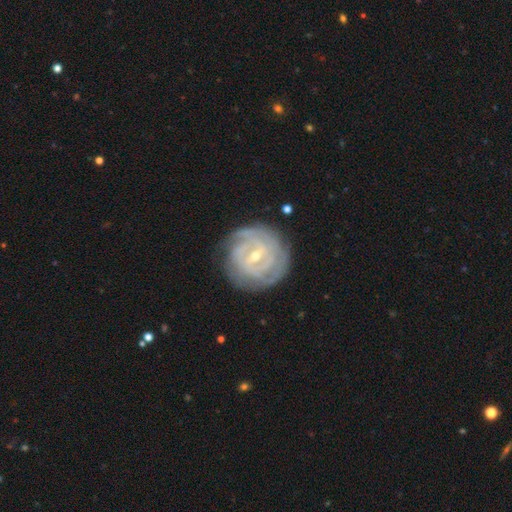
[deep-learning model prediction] Smooth or featured: featured or disk — 86% (smooth — 9%)
Edge-on disk: no — 97% (yes — 3%)
Bar: weak — 54% (strong — 28%)
Spiral arms: yes — 94% (no — 6%)
Spiral winding: tight — 77% (medium — 19%)
Spiral arm count: can't tell — 35% (2 — 24%)
Bulge size: small — 60% (moderate — 37%)
Merging: none — 80% (minor disturbance — 14%)